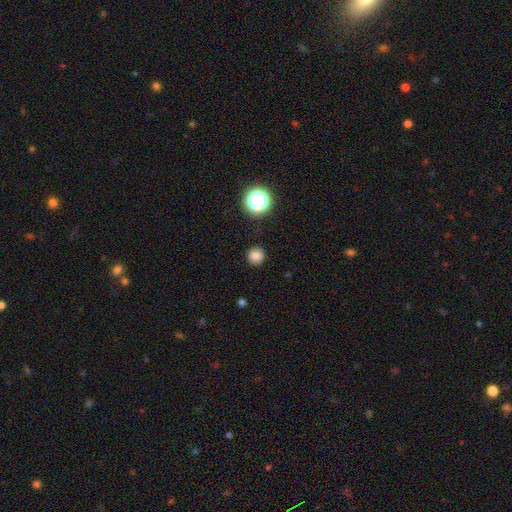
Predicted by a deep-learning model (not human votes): Overall: smooth (81%). How rounded: round (91%). Merging: none (88%).